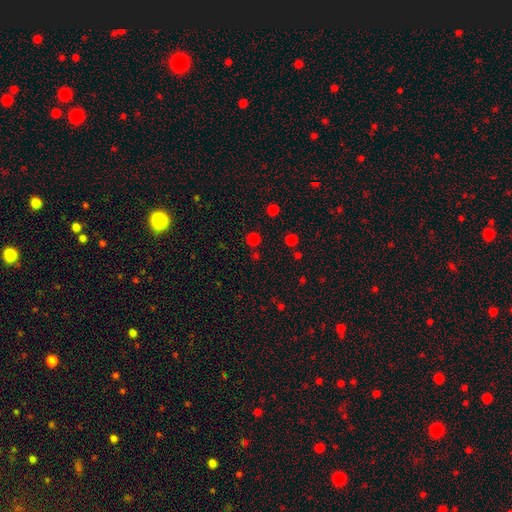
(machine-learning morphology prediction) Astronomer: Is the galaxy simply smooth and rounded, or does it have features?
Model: smooth — 69%.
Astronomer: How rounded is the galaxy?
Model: round — 93%.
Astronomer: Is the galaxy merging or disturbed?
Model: none — 86%.